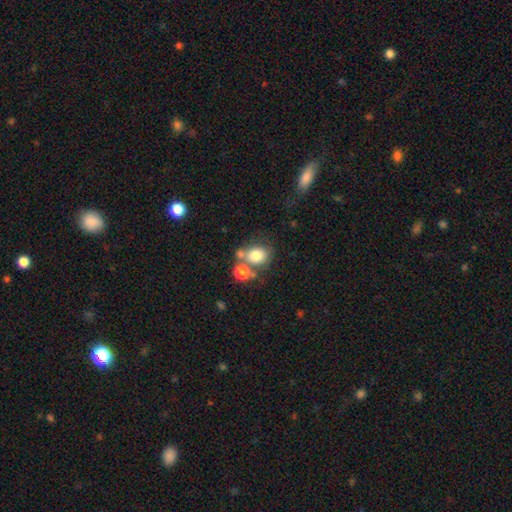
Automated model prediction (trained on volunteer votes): smooth-or-featured: smooth: 75% | featured or disk: 12% | star or artifact: 12%
  how-rounded: round: 65% | in between: 34% | cigar-shaped: 1%
  merging: none: 50% | merger: 29% | minor disturbance: 13% | major disturbance: 7%